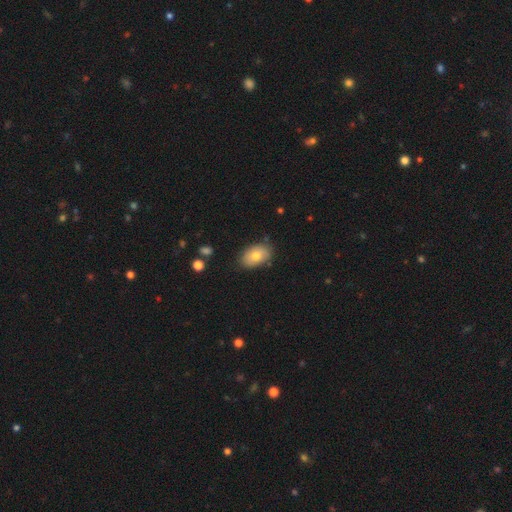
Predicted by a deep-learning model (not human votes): This is likely a smooth galaxy (74%). How rounded: clearly in between (89%). Merging: likely none (80%).